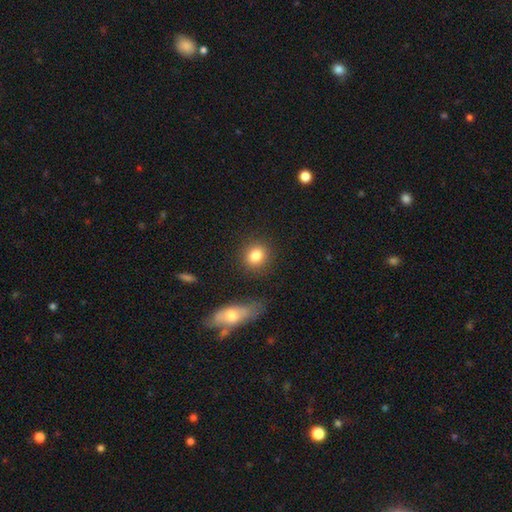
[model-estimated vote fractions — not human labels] smooth_or_featured: smooth (p=0.84) [alt: star or artifact p=0.09]
how_rounded: round (p=0.71) [alt: in between p=0.27]
merging: none (p=0.85) [alt: minor disturbance p=0.09]